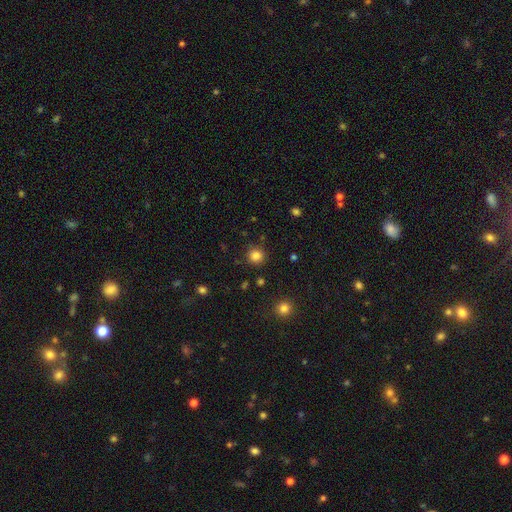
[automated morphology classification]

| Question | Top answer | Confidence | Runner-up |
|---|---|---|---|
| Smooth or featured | smooth | 83% | star or artifact (13%) |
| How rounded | round | 93% | in between (6%) |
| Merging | none | 88% | minor disturbance (8%) |